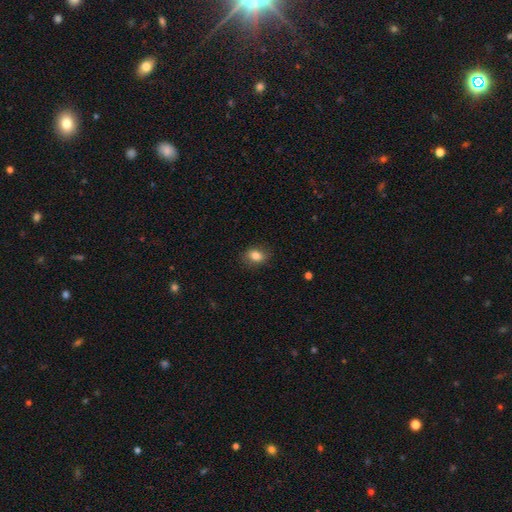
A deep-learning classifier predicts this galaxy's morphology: The model was most divided on "how rounded": in between: 63%, round: 35%, cigar-shaped: 1%. More confident: merging — none (83%); smooth or featured — smooth (82%).